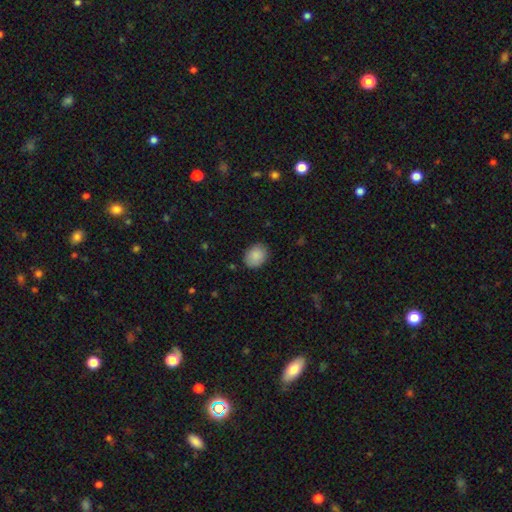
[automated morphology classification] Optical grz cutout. It shows a smooth galaxy with no disk features (88%) that is in between round and cigar-shaped (60%). Merging: none (85%).